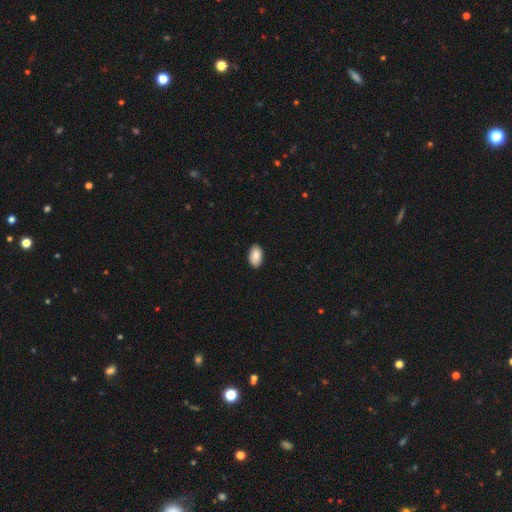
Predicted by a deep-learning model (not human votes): smooth-or-featured: smooth: 87% | star or artifact: 7% | featured or disk: 6%
  how-rounded: in between: 94% | round: 5% | cigar-shaped: 1%
  merging: none: 88% | minor disturbance: 9% | major disturbance: 2% | merger: 1%